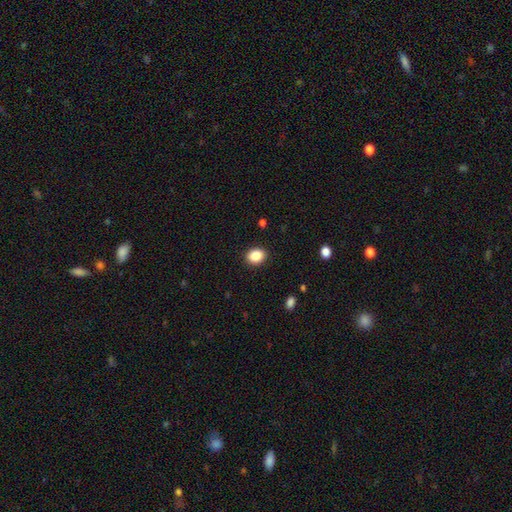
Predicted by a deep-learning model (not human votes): smooth 87%, star or artifact 9%, featured or disk 4%. Down the decision tree: how rounded — in between (59%); merging — none (90%).